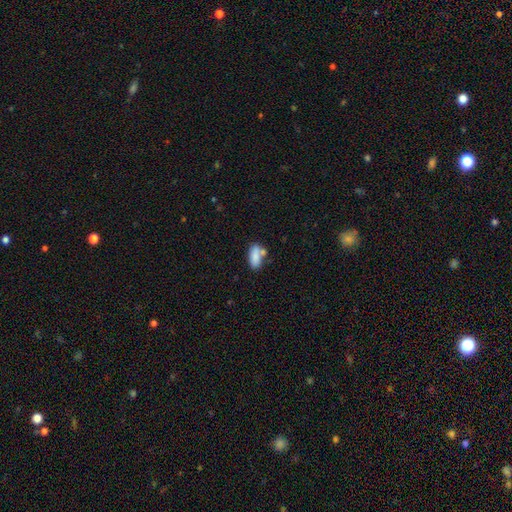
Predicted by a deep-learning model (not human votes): Q: Smooth or featured?
A: smooth (83%); runner-up: featured or disk (9%)
Q: How rounded?
A: in between (83%); runner-up: cigar-shaped (14%)
Q: Merging?
A: none (56%); runner-up: merger (23%)